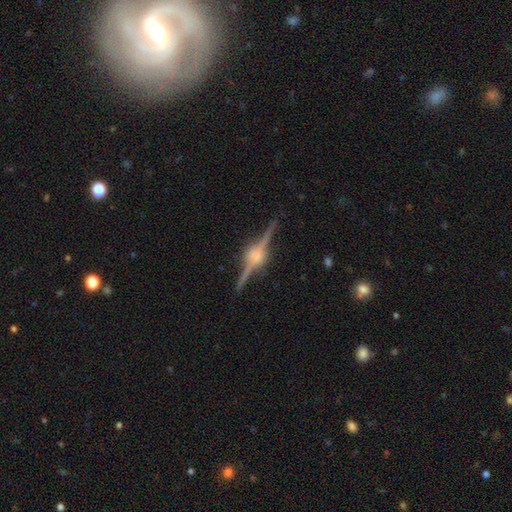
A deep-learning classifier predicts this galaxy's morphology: Smooth or featured? featured or disk (90%)
Edge-on disk? yes (98%)
Edge-on bulge? rounded (86%)
Merging? none (87%)